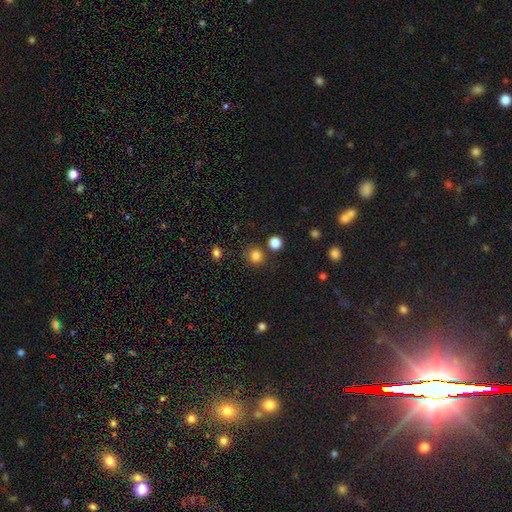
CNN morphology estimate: The model was most divided on "smooth or featured": smooth: 83%, star or artifact: 13%, featured or disk: 4%. More confident: how rounded — round (90%); merging — none (84%).